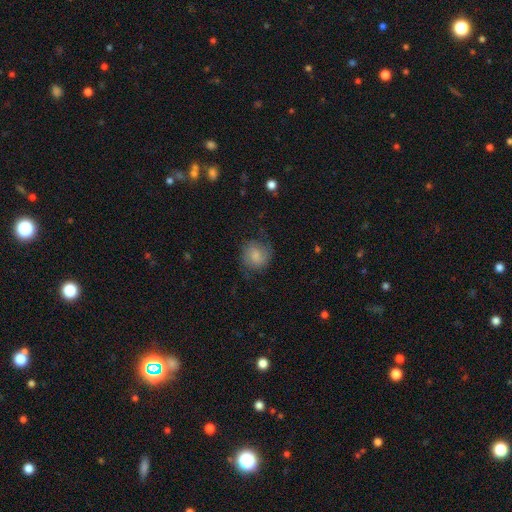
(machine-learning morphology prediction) A smooth galaxy with no disk features (65%) that is round (80%).

Vote fractions:
- Smooth or featured? smooth: 65% / featured or disk: 26% / star or artifact: 9%
- How rounded? round: 80% / in between: 19% / cigar-shaped: 1%
- Merging? none: 67% / minor disturbance: 21% / major disturbance: 11% / merger: 1%